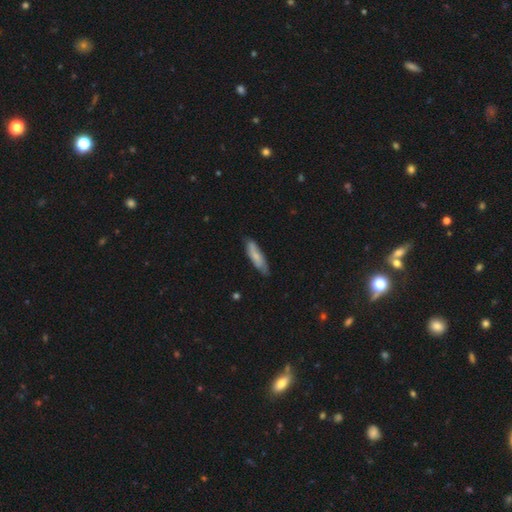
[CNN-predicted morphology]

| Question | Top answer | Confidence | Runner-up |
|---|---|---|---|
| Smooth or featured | smooth | 66% | featured or disk (28%) |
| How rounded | cigar-shaped | 64% | in between (35%) |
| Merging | none | 76% | minor disturbance (19%) |